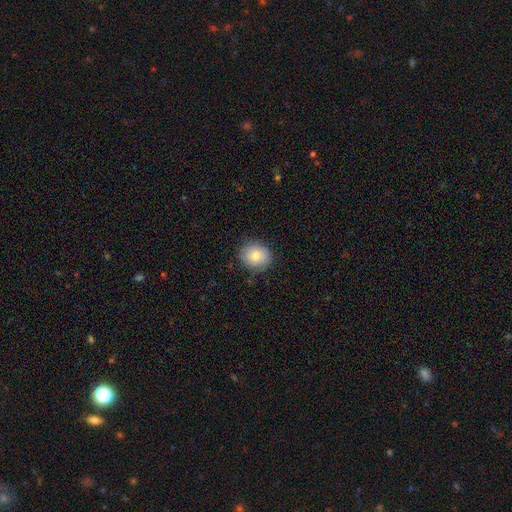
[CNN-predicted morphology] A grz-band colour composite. It shows a smooth galaxy with no disk features (81%) that is round (74%). Merging: none (83%).